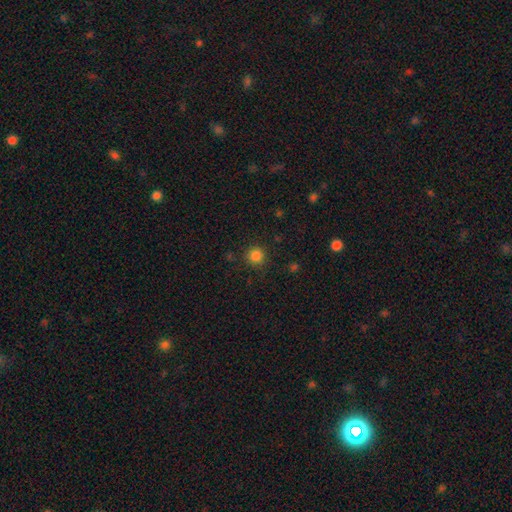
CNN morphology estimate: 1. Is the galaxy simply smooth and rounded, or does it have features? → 84% smooth, 13% star or artifact, 3% featured or disk.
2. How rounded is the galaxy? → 94% round, 5% in between, 1% cigar-shaped.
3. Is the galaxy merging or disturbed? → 88% none, 7% minor disturbance, 3% major disturbance, 1% merger.